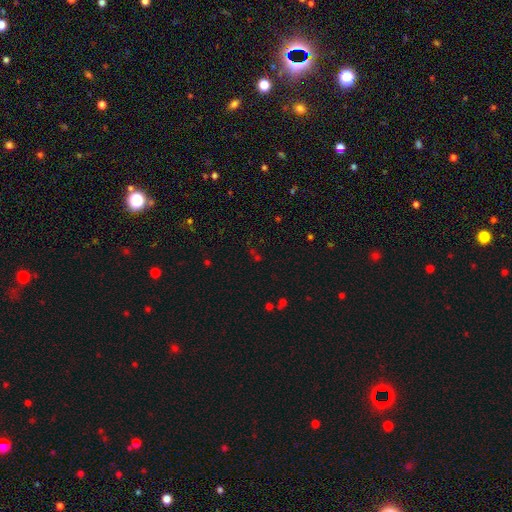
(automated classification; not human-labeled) smooth-or-featured: star or artifact: 62% | smooth: 29% | featured or disk: 9%